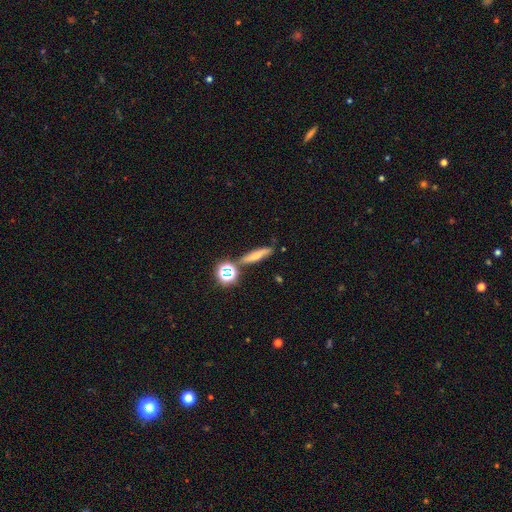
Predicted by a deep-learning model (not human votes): Smooth or featured? smooth (60%)
How rounded? cigar-shaped (69%)
Merging? none (76%)